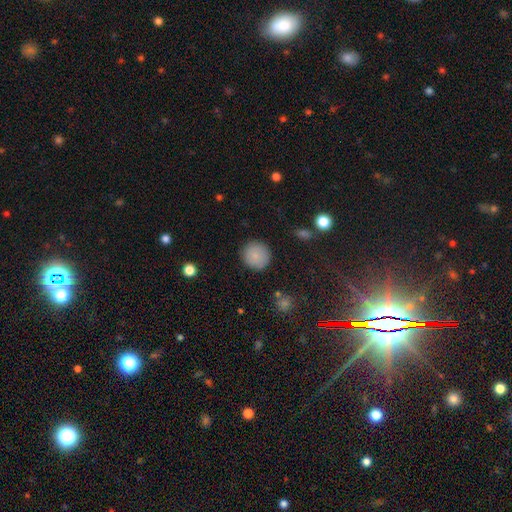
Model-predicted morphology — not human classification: This is clearly a smooth galaxy (85%). How rounded: clearly round (92%). Merging: clearly none (89%).